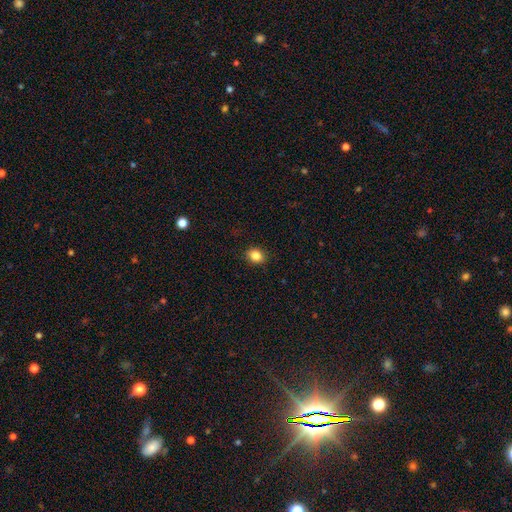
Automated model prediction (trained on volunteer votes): Smooth or featured? smooth (85%)
How rounded? in between (53%)
Merging? none (89%)